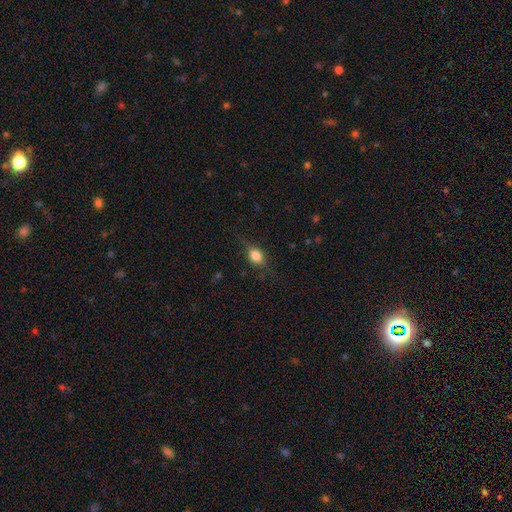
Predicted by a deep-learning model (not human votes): Smooth or featured: smooth — 67% (featured or disk — 23%)
How rounded: in between — 64% (round — 29%)
Merging: none — 74% (minor disturbance — 19%)